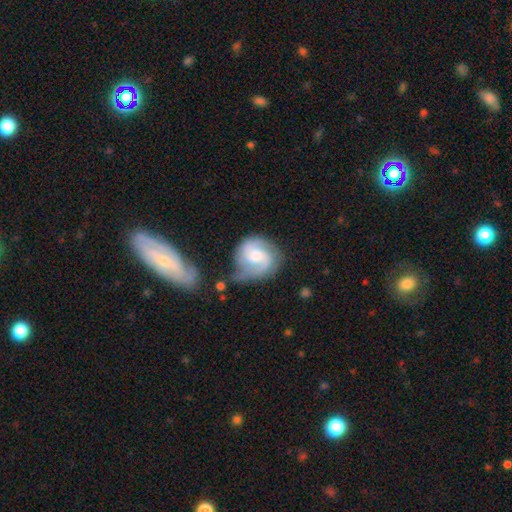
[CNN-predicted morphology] Smooth or featured?
  - featured or disk: 78% *
  - smooth: 16%
  - star or artifact: 6%
Edge-on disk?
  - no: 98% *
  - yes: 2%
Bar?
  - no: 51% *
  - weak: 41%
  - strong: 7%
Spiral arms?
  - yes: 96% *
  - no: 4%
Spiral winding?
  - medium: 48% *
  - tight: 36%
  - loose: 16%
Spiral arm count?
  - 2: 78% *
  - can't tell: 8%
  - 3: 7%
  - 1: 4%
  - 4: 2%
  - more than 4: 2%
Bulge size?
  - moderate: 54% *
  - small: 31%
  - large: 9%
  - none: 4%
  - dominant: 1%
Merging?
  - none: 53% *
  - minor disturbance: 26%
  - major disturbance: 13%
  - merger: 8%